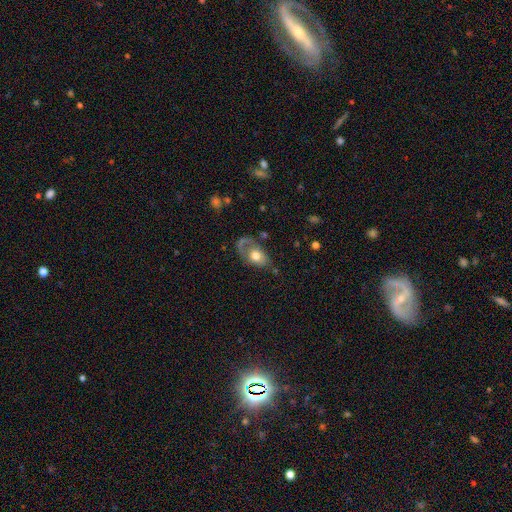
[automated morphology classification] A smooth galaxy with no disk features (50%).

Vote fractions:
- Smooth or featured? smooth: 50% / featured or disk: 43% / star or artifact: 7%
- Merging? major disturbance: 36% (tied) / none: 36% (tied) / minor disturbance: 24% / merger: 4%